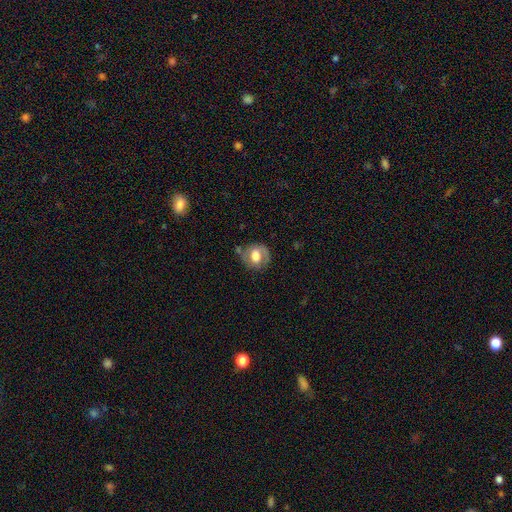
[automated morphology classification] Smooth or featured? Predicted: featured or disk (p=0.47). Merging? Predicted: none (p=0.64).